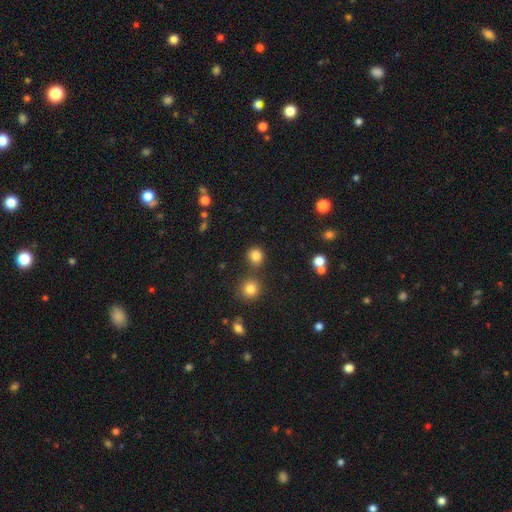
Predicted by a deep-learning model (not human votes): Morphology: type=smooth (83%); roundness=round (88%); merging=none (79%).